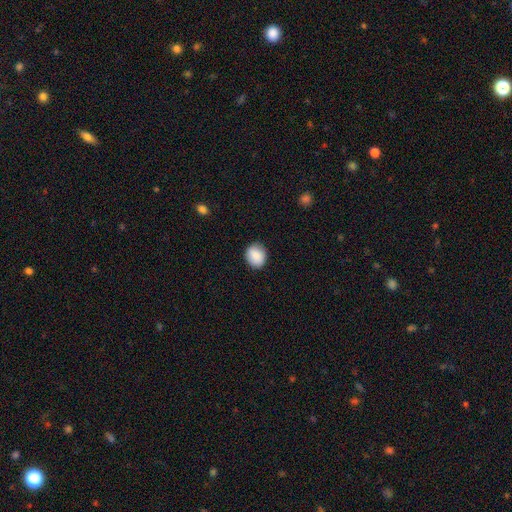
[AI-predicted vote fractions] This appears to be a smooth galaxy with no disk features (88%) that is round (67%). Merging: none (86%).